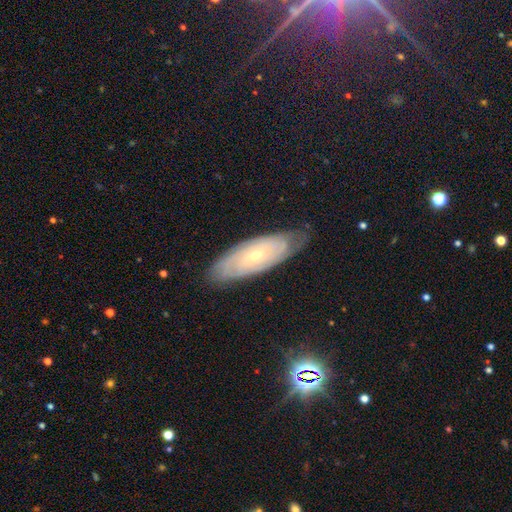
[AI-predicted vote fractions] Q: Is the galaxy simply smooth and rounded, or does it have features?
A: featured or disk — 73%.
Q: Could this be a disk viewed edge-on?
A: no — 83%.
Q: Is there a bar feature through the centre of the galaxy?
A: no — 62%.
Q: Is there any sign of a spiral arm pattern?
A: yes — 88%.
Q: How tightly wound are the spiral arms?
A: tight — 74%.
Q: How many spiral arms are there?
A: can't tell — 58%.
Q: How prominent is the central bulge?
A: small — 67%.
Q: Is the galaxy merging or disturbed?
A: none — 76%.